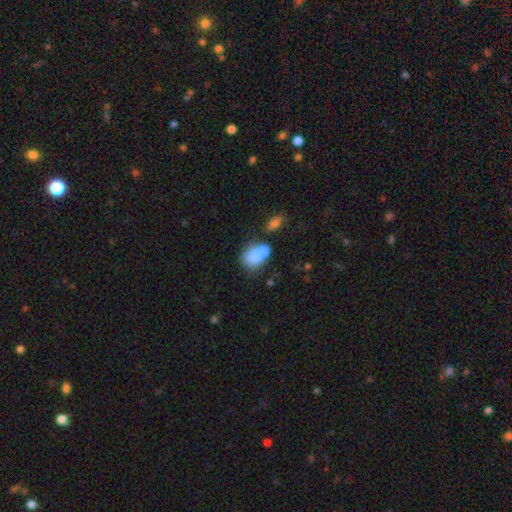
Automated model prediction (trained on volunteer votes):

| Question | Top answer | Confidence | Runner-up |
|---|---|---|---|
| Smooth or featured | smooth | 73% | featured or disk (19%) |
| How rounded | in between | 58% | round (40%) |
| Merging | merger | 51% | none (28%) |